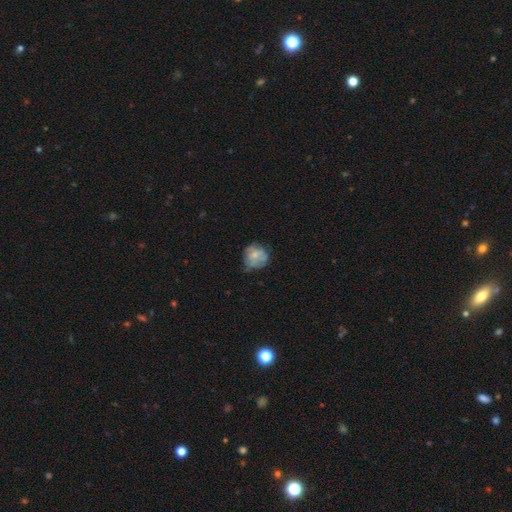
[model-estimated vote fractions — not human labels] Smooth or featured: smooth — 49% (featured or disk — 41%)
Merging: none — 52% (minor disturbance — 31%)